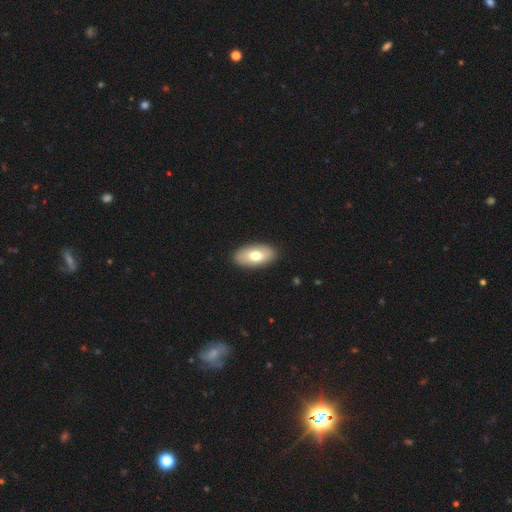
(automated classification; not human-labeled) This appears to be a smooth galaxy with no disk features (73%) that is in between round and cigar-shaped (93%). Merging: none (89%).